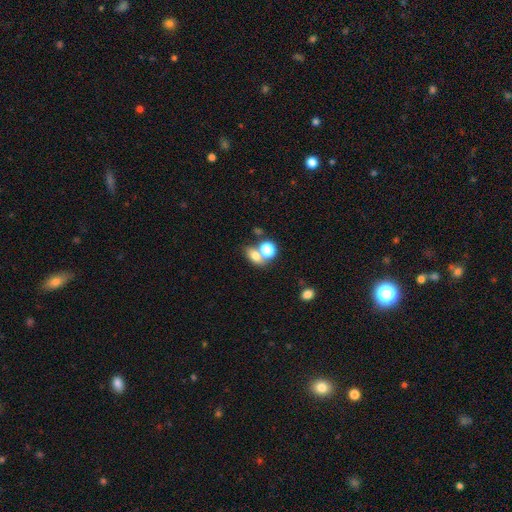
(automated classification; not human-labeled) smooth_or_featured: smooth (p=0.71) [alt: star or artifact p=0.16]
how_rounded: in between (p=0.63) [alt: round p=0.34]
merging: none (p=0.43) [alt: merger p=0.42]